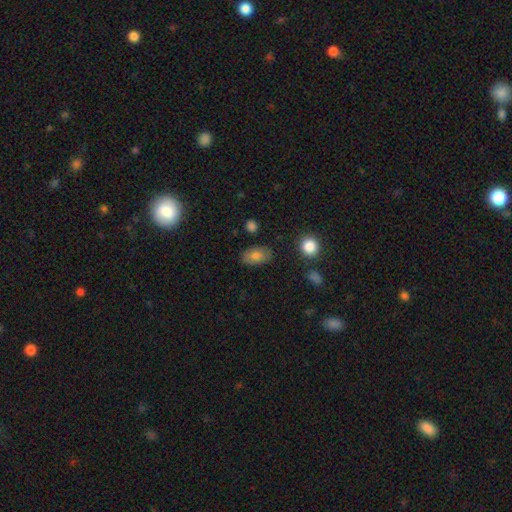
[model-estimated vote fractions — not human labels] The model was most divided on "smooth or featured": smooth: 76%, featured or disk: 16%, star or artifact: 8%. More confident: how rounded — in between (89%); merging — none (82%).